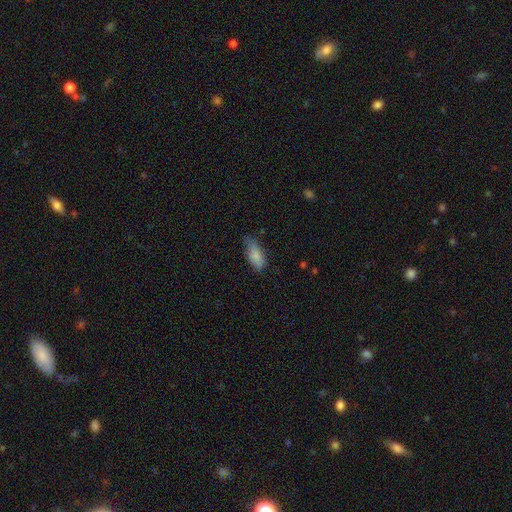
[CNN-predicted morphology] This appears to be a smooth galaxy with no disk features (85%) that is in between round and cigar-shaped (84%). Merging: none (55%).